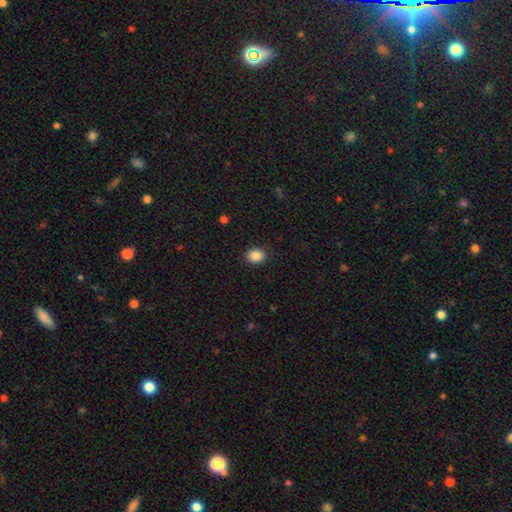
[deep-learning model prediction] Smooth or featured?
  - smooth: 87% *
  - star or artifact: 9%
  - featured or disk: 4%
How rounded?
  - round: 51% *
  - in between: 49%
  - cigar-shaped: 1%
Merging?
  - none: 87% *
  - minor disturbance: 10%
  - major disturbance: 2%
  - merger: 1%